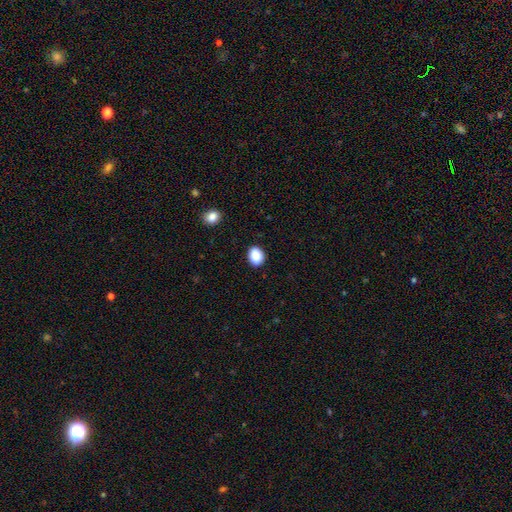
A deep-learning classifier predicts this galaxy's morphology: Overall: smooth (89%). How rounded: in between (65%; round 34%). Merging: none (89%).